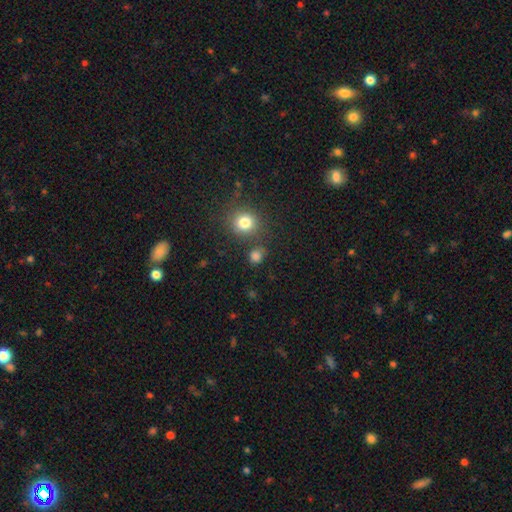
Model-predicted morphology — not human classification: Smooth or featured?
  - smooth: 79% *
  - star or artifact: 16%
  - featured or disk: 5%
How rounded?
  - round: 76% *
  - in between: 22%
  - cigar-shaped: 1%
Merging?
  - none: 73% *
  - minor disturbance: 12%
  - merger: 10%
  - major disturbance: 5%